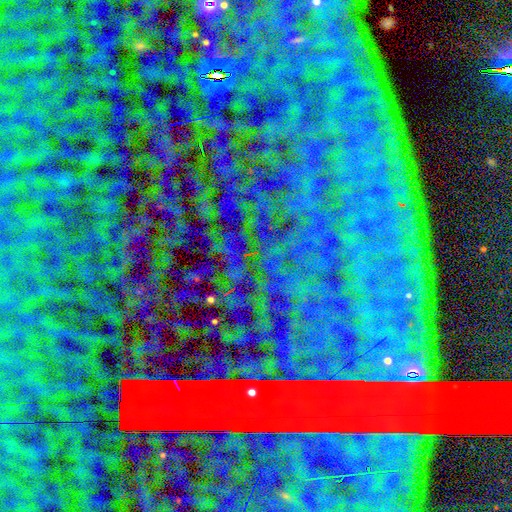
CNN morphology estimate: star or artifact 87%, featured or disk 7%, smooth 6%.